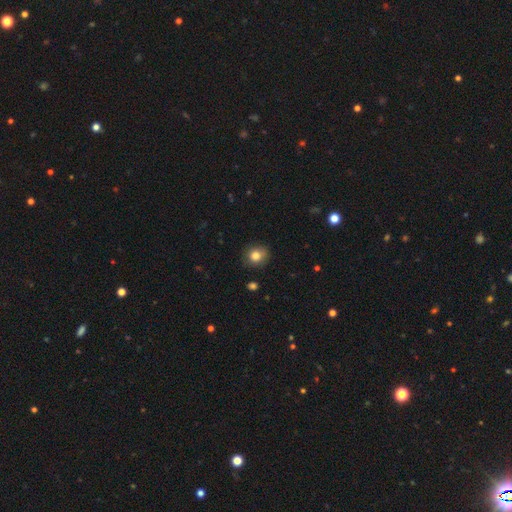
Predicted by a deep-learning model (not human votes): Smooth or featured: smooth — 82% (star or artifact — 10%)
How rounded: round — 79% (in between — 20%)
Merging: none — 85% (minor disturbance — 11%)